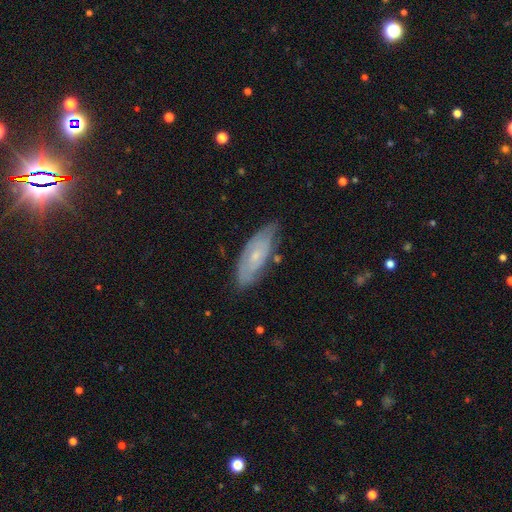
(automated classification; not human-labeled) Smooth or featured? Predicted: featured or disk (p=0.59). Edge-on disk? Predicted: no (p=0.82). Merging? Predicted: none (p=0.73).